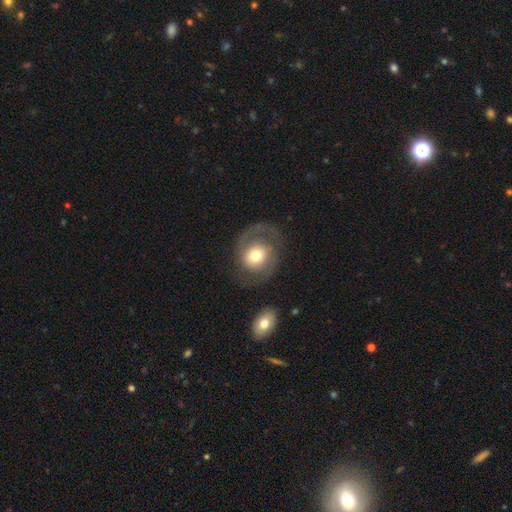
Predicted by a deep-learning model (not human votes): Smooth or featured? Predicted: featured or disk (p=0.64). Edge-on disk? Predicted: no (p=0.97). Bar? Predicted: no (p=0.69). Spiral arms? Predicted: yes (p=0.79). Bulge size? Predicted: moderate (p=0.67). Merging? Predicted: none (p=0.64).